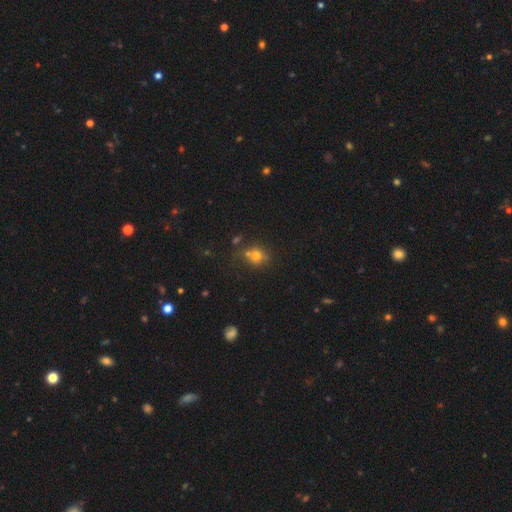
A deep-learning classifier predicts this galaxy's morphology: Smooth or featured: smooth — 72% (star or artifact — 16%)
How rounded: round — 80% (in between — 19%)
Merging: none — 58% (merger — 20%)